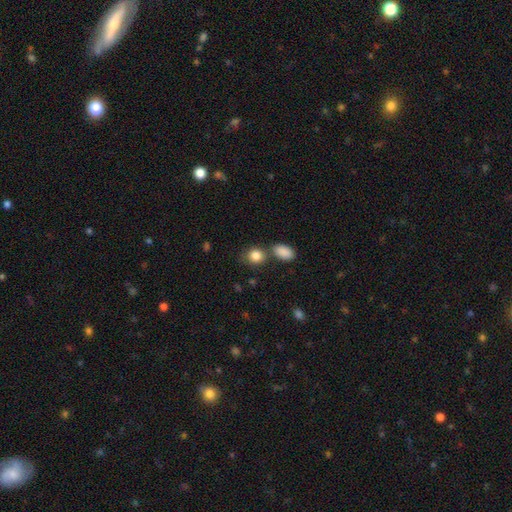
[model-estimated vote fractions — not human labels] This is clearly a smooth galaxy (86%). How rounded: likely round (61%). Merging: likely none (62%).